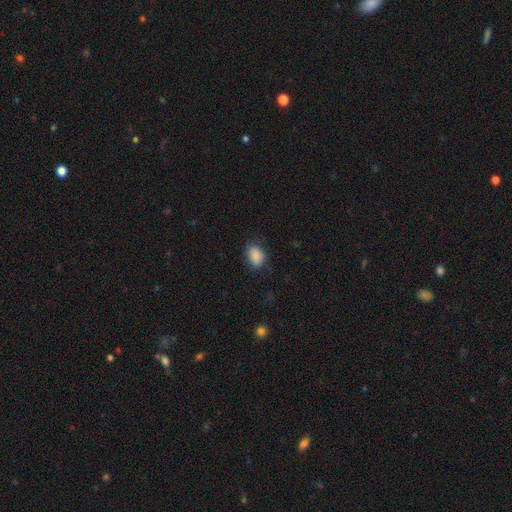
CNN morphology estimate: type=smooth (87%); roundness=in between (78%); merging=none (73%).